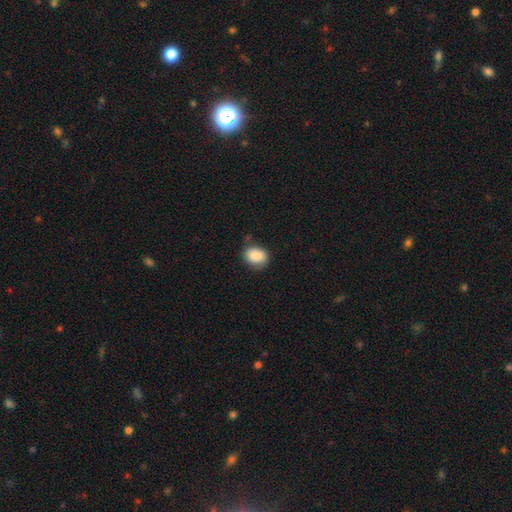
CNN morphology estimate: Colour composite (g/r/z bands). It shows a smooth galaxy with no disk features (88%) that is in between round and cigar-shaped (60%). Merging: none (74%).